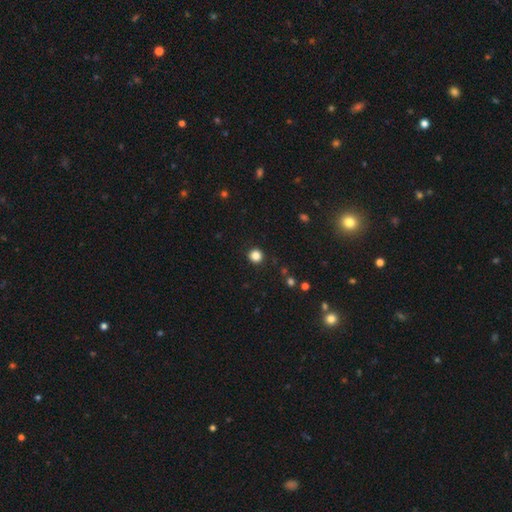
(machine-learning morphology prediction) The model was most divided on "smooth or featured": smooth: 85%, star or artifact: 12%, featured or disk: 3%. More confident: how rounded — round (94%); merging — none (92%).